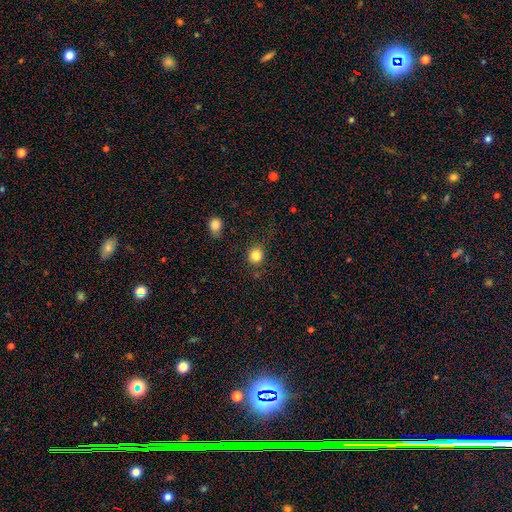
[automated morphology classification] This appears to be a smooth galaxy with no disk features (84%) that is round (85%). Merging: none (79%).